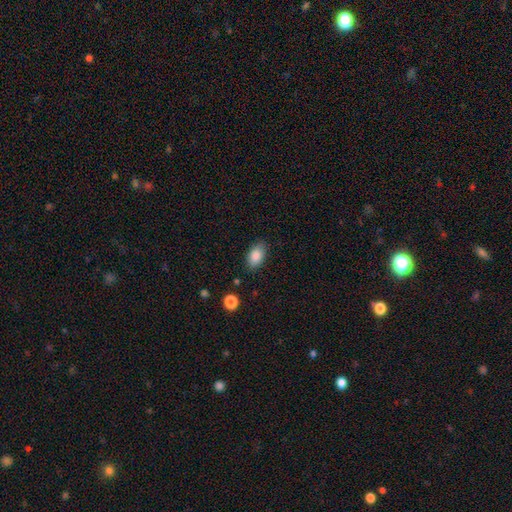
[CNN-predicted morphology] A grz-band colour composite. It shows a smooth galaxy with no disk features (86%) that is in between round and cigar-shaped (91%). Merging: none (84%).